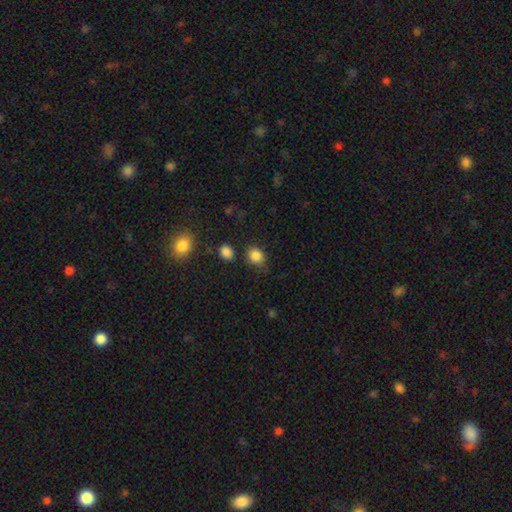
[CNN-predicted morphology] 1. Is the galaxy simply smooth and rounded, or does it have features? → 85% smooth, 11% star or artifact, 4% featured or disk.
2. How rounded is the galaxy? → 56% round, 43% in between, 1% cigar-shaped.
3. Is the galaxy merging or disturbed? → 70% none, 20% minor disturbance, 5% merger, 5% major disturbance.